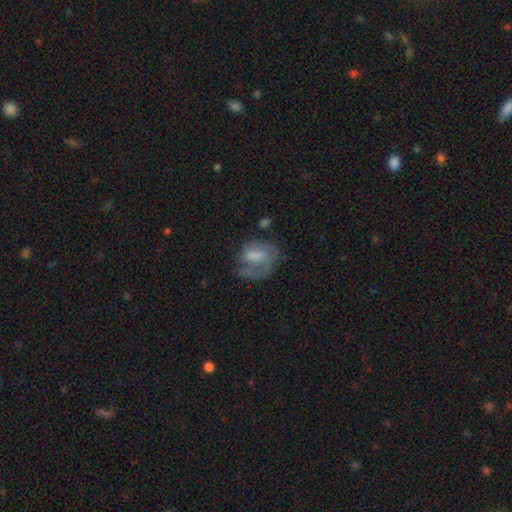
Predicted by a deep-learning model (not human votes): featured or disk 46%, smooth 45%, star or artifact 9%. Down the decision tree: merging — none (41%).